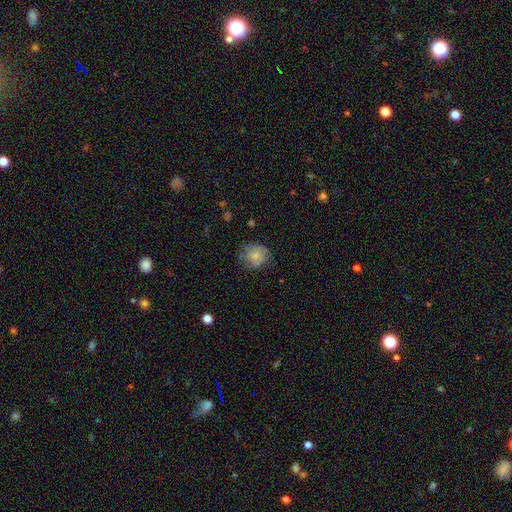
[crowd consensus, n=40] Q: Smooth or featured?
A: smooth (88%); runner-up: featured or disk (12%)
Q: How rounded?
A: round (57%); runner-up: in between (43%)
Q: Merging?
A: none (52%); runner-up: minor disturbance (40%)